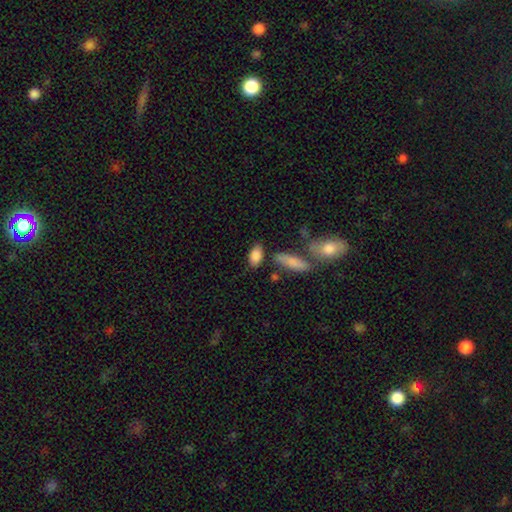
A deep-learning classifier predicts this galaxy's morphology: Q: Smooth or featured?
A: smooth (86%); runner-up: star or artifact (7%)
Q: How rounded?
A: in between (89%); runner-up: cigar-shaped (6%)
Q: Merging?
A: none (67%); runner-up: minor disturbance (17%)